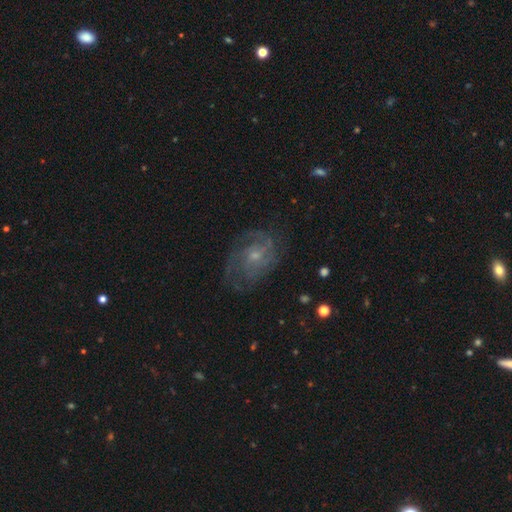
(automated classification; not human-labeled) Overall: featured or disk (75%). Edge-on disk: no (97%). Bar: no (69%). Spiral arms: yes (88%). Spiral arm count: can't tell (38%; 2 24%). Spiral winding: tight (45%; medium 41%). Bulge size: small (63%; moderate 30%). Merging: none (67%).